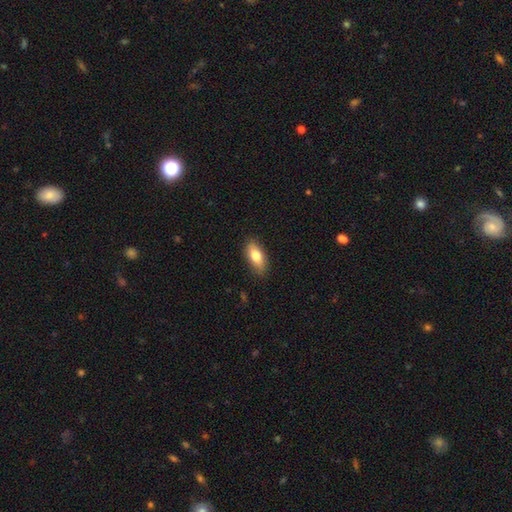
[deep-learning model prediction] smooth-or-featured: smooth: 78% | featured or disk: 15% | star or artifact: 6%
  how-rounded: in between: 83% | cigar-shaped: 13% | round: 3%
  merging: none: 83% | minor disturbance: 13% | major disturbance: 2% | merger: 1%